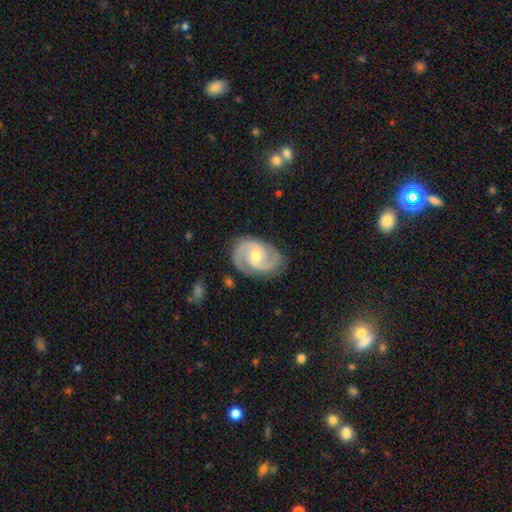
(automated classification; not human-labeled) Smooth or featured: featured or disk — 87% (smooth — 8%)
Edge-on disk: no — 97% (yes — 3%)
Bar: no — 45% (tied with weak — 45%)
Spiral arms: yes — 97% (no — 3%)
Spiral winding: medium — 51% (tight — 39%)
Spiral arm count: 2 — 87% (3 — 5%)
Bulge size: moderate — 55% (small — 40%)
Merging: none — 80% (minor disturbance — 14%)